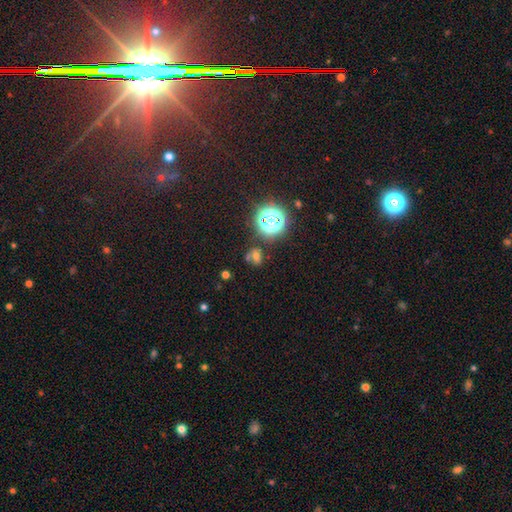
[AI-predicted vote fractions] Morphology: type=smooth (47%); merging=none (62%).